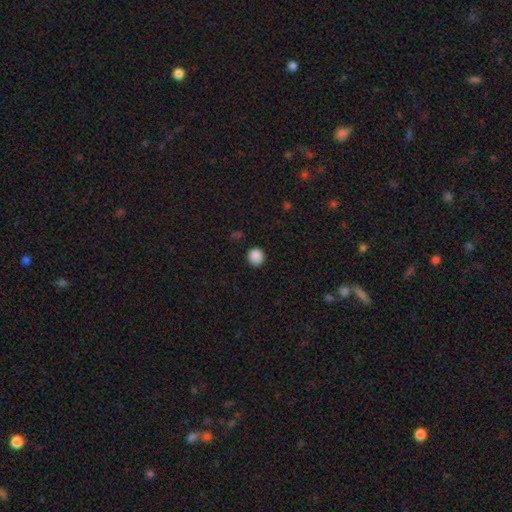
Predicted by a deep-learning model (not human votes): This appears to be a smooth galaxy with no disk features (87%) that is round (91%). Merging: none (90%).